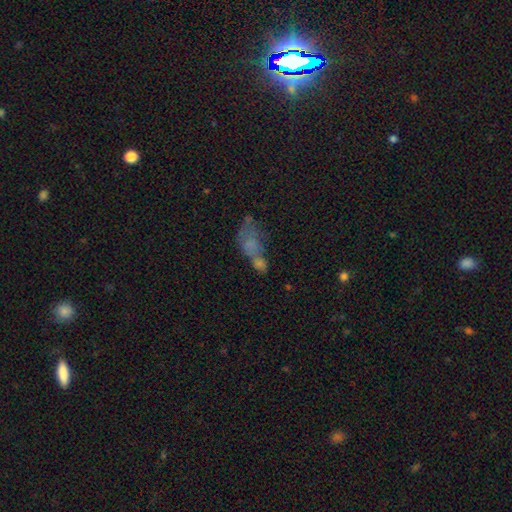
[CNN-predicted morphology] type=smooth (47%); merging=merger (41%).